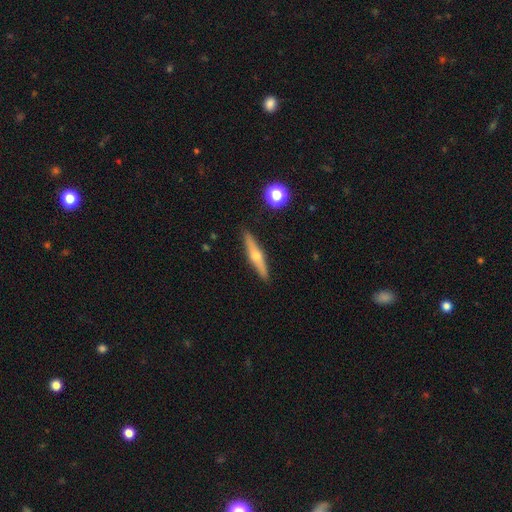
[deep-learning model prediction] Morphology: type=featured or disk (60%); edge-on=yes (94%); edge-on bulge=rounded (91%); merging=none (90%).